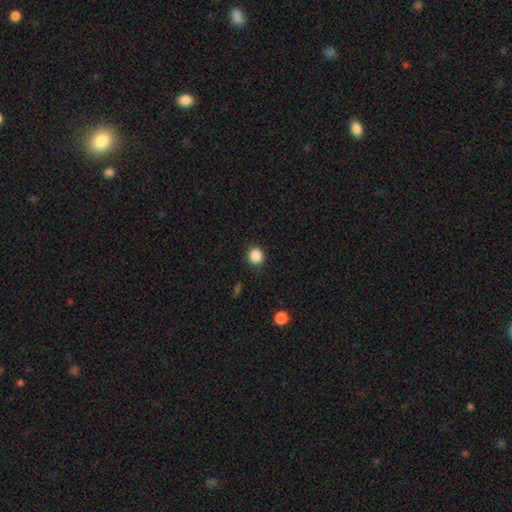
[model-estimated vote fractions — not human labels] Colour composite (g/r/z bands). It shows a smooth galaxy with no disk features (87%) that is round (89%). Merging: none (90%).